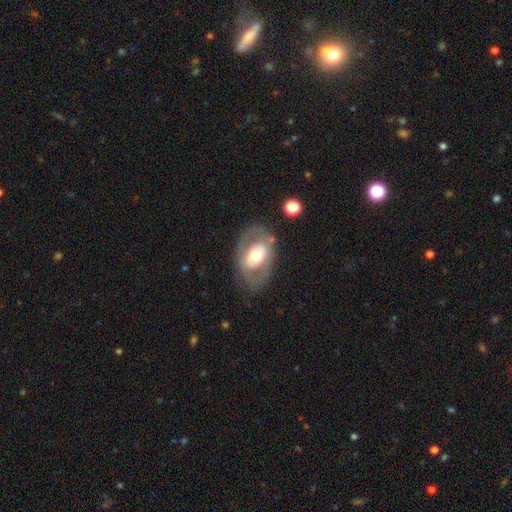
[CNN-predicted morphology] This is possibly a featured or disk galaxy (54%). It is clearly not viewed edge-on (92%). Merging: likely none (69%).